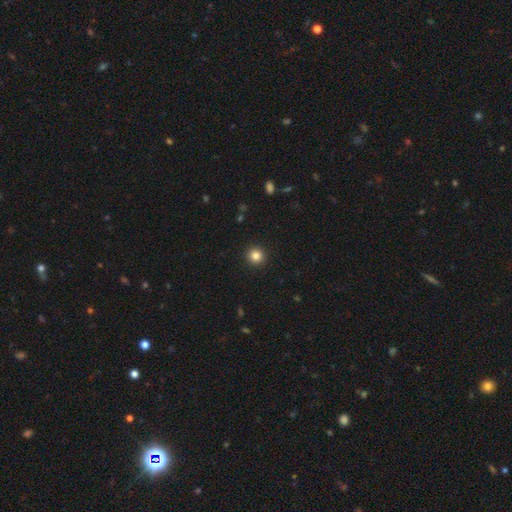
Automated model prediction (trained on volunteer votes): Morphology: type=smooth (84%); roundness=round (95%); merging=none (93%).